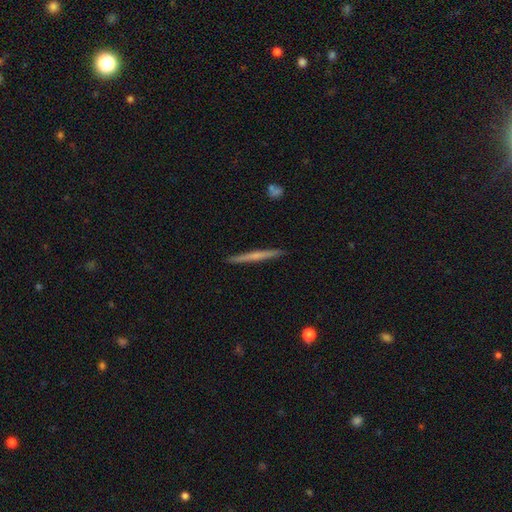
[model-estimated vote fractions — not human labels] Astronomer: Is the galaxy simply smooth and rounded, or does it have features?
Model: featured or disk — 49% (runner-up: smooth, 46%).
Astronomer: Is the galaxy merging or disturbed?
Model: none — 92%.